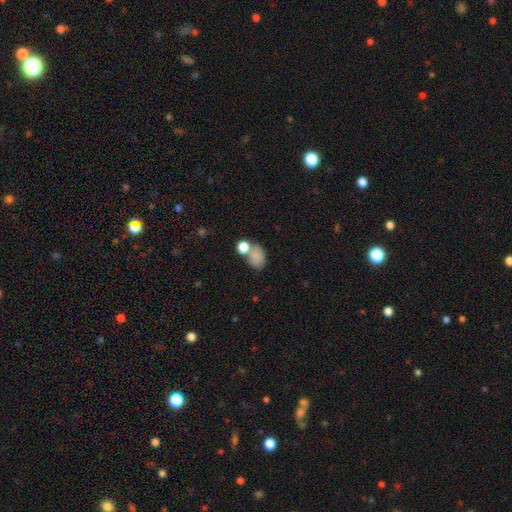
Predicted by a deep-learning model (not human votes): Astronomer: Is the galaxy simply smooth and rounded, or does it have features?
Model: smooth — 80%.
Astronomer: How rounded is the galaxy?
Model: in between — 68%.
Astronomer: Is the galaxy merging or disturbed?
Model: none — 44% (runner-up: merger, 32%).